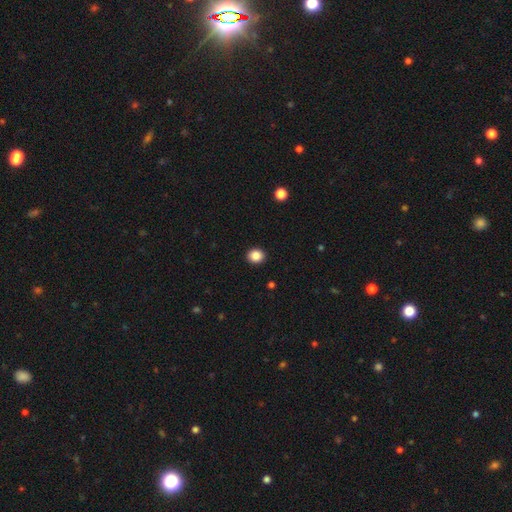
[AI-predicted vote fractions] Smooth or featured: smooth — 86% (star or artifact — 10%)
How rounded: round — 70% (in between — 29%)
Merging: none — 92% (minor disturbance — 5%)